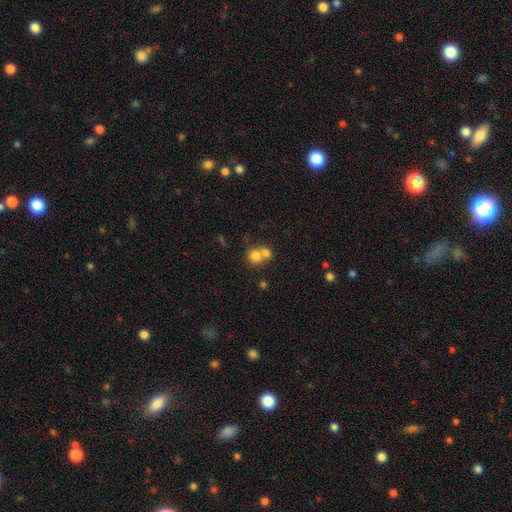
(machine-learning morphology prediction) Smooth or featured: smooth — 76% (featured or disk — 13%)
How rounded: round — 79% (in between — 20%)
Merging: merger — 58% (none — 33%)